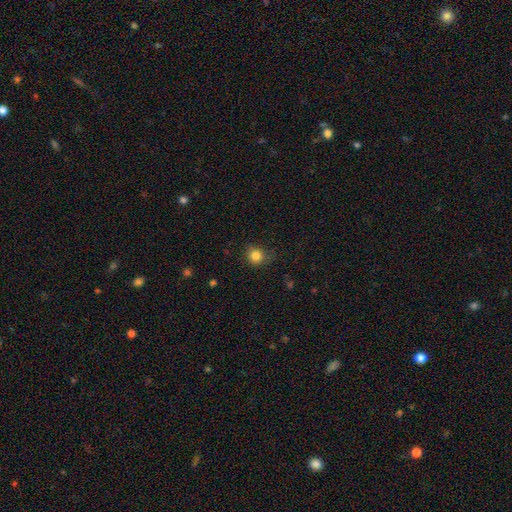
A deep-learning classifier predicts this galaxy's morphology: type=smooth (83%); roundness=round (84%); merging=none (73%).